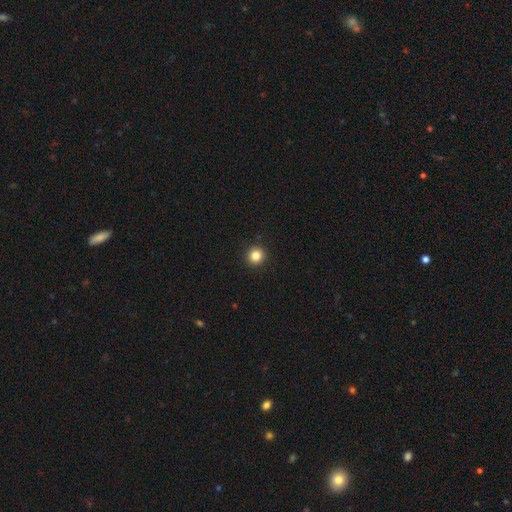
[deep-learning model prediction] Morphology: type=smooth (84%); roundness=round (94%); merging=none (93%).